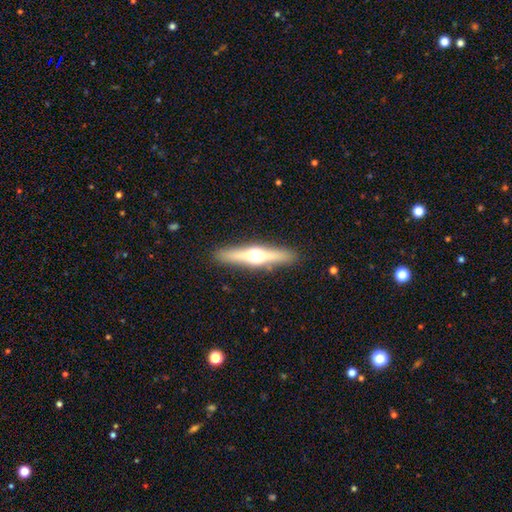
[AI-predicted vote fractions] Smooth or featured? featured or disk (65%)
Edge-on disk? yes (96%)
Edge-on bulge? rounded (96%)
Merging? none (90%)